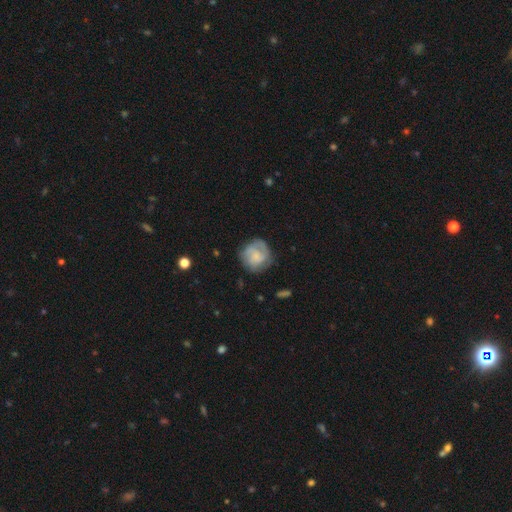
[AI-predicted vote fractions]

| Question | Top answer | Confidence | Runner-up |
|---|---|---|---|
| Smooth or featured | smooth | 47% | featured or disk (46%) |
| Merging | none | 65% | minor disturbance (22%) |